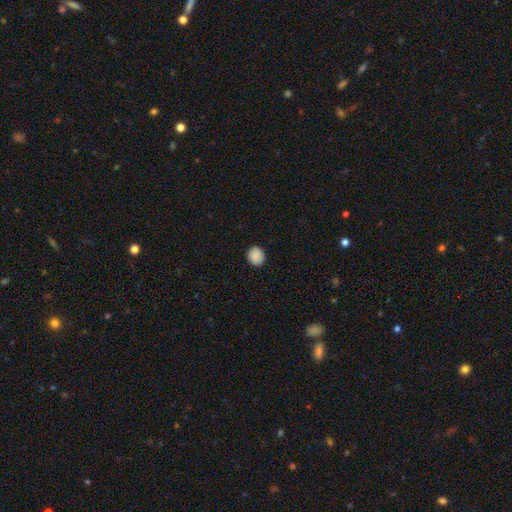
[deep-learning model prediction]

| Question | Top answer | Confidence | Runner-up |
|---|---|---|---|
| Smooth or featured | smooth | 89% | star or artifact (8%) |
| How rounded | round | 78% | in between (21%) |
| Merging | none | 90% | minor disturbance (7%) |